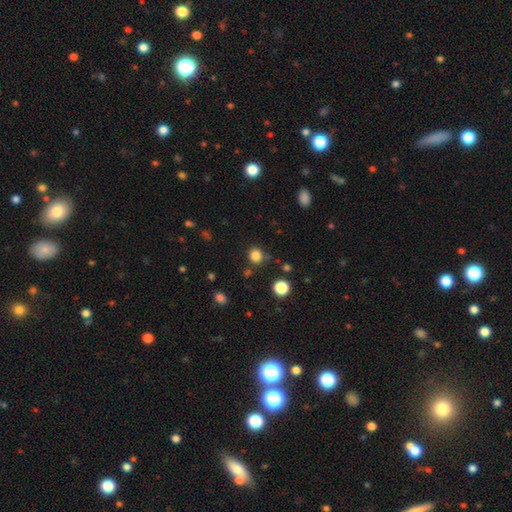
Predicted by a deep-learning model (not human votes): This appears to be a smooth galaxy with no disk features (83%) that is round (84%). Merging: none (81%).